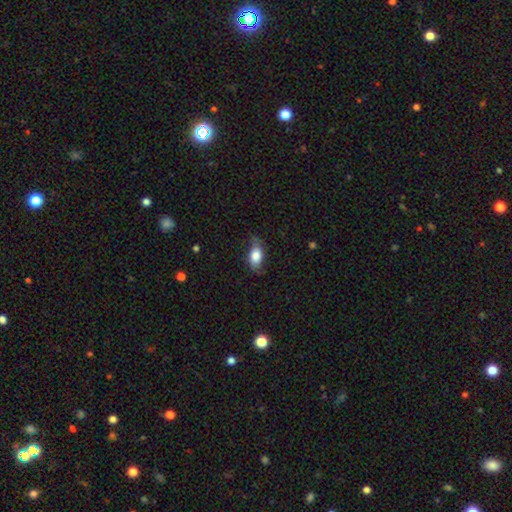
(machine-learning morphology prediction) Smooth or featured? smooth (73%)
How rounded? in between (86%)
Merging? none (63%)